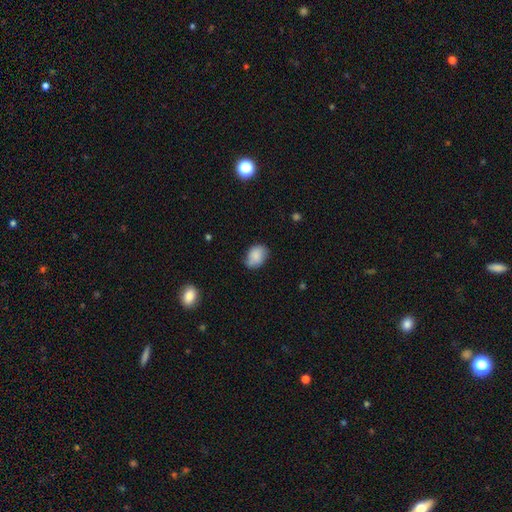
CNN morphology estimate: smooth-or-featured: smooth: 83% | featured or disk: 9% | star or artifact: 8%
  how-rounded: in between: 75% | round: 24% | cigar-shaped: 1%
  merging: none: 64% | minor disturbance: 29% | major disturbance: 5% | merger: 2%